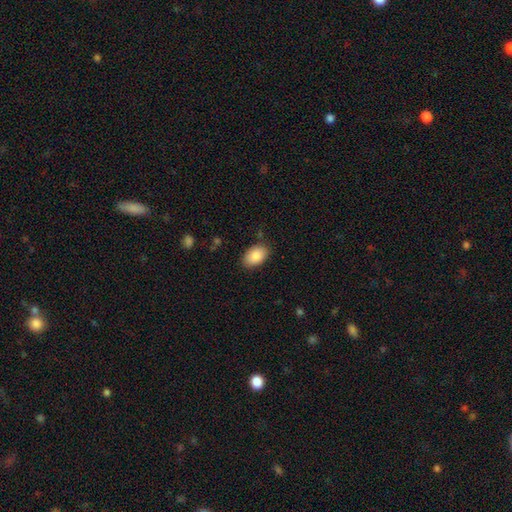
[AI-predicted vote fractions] Smooth or featured: smooth — 89% (star or artifact — 7%)
How rounded: in between — 91% (round — 8%)
Merging: none — 84% (minor disturbance — 12%)